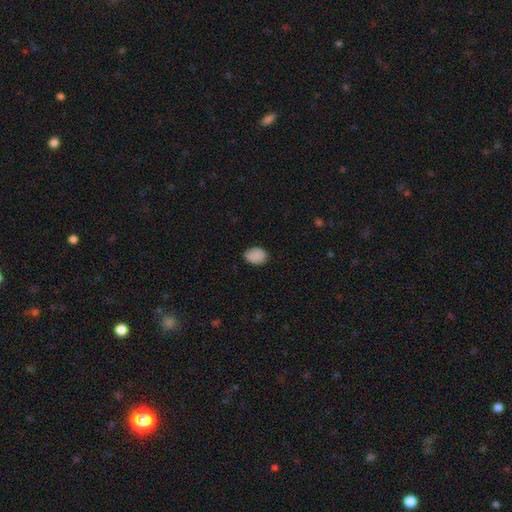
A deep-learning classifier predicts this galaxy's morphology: smooth 87%, star or artifact 9%, featured or disk 4%. Down the decision tree: how rounded — in between (70%); merging — none (78%).